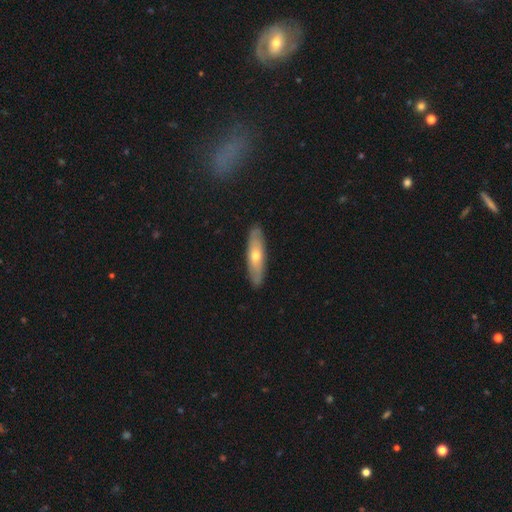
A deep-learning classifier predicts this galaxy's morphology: type=featured or disk (48%); merging=none (88%).